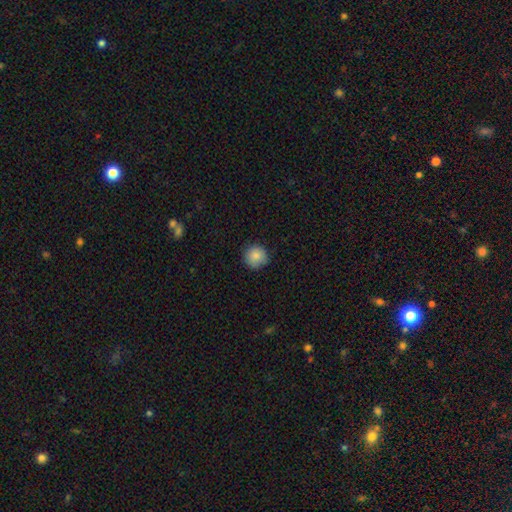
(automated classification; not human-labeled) Smooth or featured?
  - smooth: 86% *
  - star or artifact: 9%
  - featured or disk: 5%
How rounded?
  - round: 94% *
  - in between: 5%
  - cigar-shaped: 1%
Merging?
  - none: 87% *
  - minor disturbance: 10%
  - major disturbance: 2%
  - merger: 1%